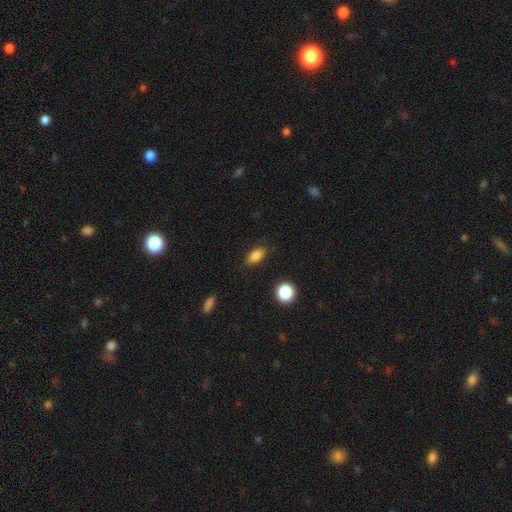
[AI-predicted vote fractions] This appears to be a smooth galaxy with no disk features (84%) that is in between round and cigar-shaped (84%). Merging: none (83%).